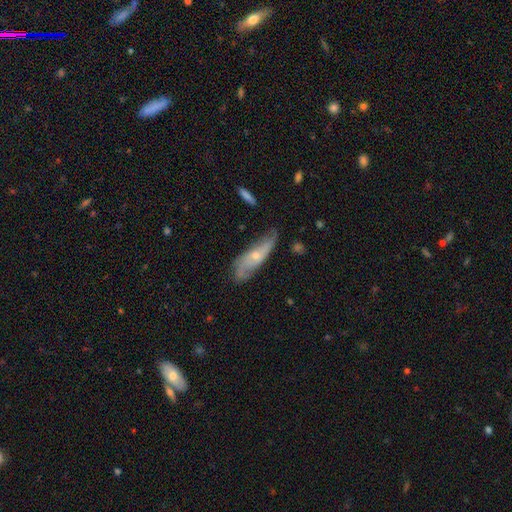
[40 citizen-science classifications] Smooth or featured: featured or disk — 78% (smooth — 15%)
Edge-on disk: no — 55% (yes — 45%)
Bar: no — 82% (weak — 12%)
Spiral arms: yes — 94% (no — 6%)
Spiral winding: medium — 44% (tight — 31%)
Spiral arm count: can't tell — 50% (2 — 31%)
Bulge size: moderate — 35% (tied with small — 35%)
Merging: none — 54% (minor disturbance — 32%)